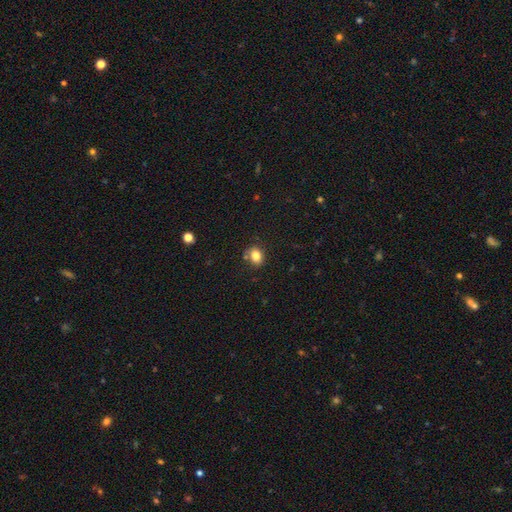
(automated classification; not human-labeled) The model was most divided on "how rounded": in between: 52%, round: 47%, cigar-shaped: 1%. More confident: smooth or featured — smooth (82%); merging — none (74%).